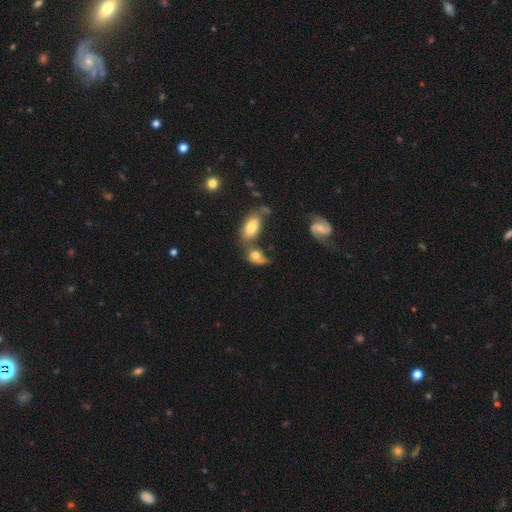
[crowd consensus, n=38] Volunteers were most divided on "how rounded": in between: 61%, round: 36%, cigar-shaped: 3%. Remaining: smooth or featured — smooth (87%); merging — merger (49%).